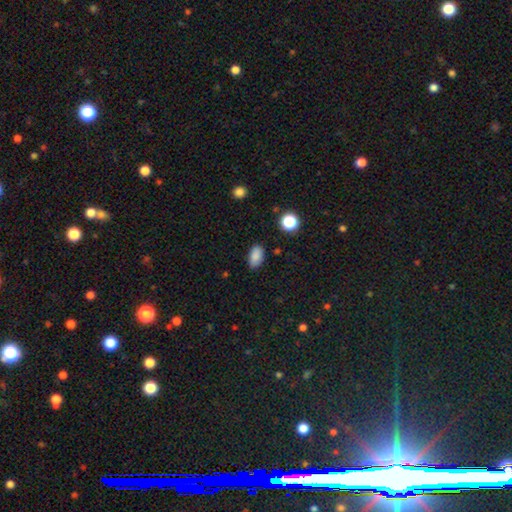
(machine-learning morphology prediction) A smooth galaxy with no disk features (86%) that is in between round and cigar-shaped (91%). Merging: none (83%).